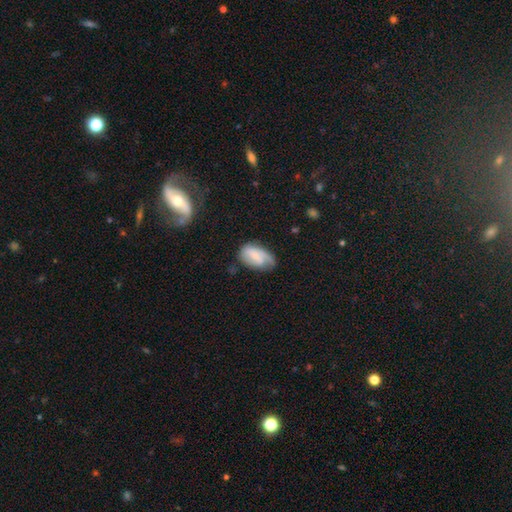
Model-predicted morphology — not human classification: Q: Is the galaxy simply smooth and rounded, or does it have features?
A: smooth — 54%.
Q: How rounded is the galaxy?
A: in between — 91%.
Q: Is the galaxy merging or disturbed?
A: none — 48%.